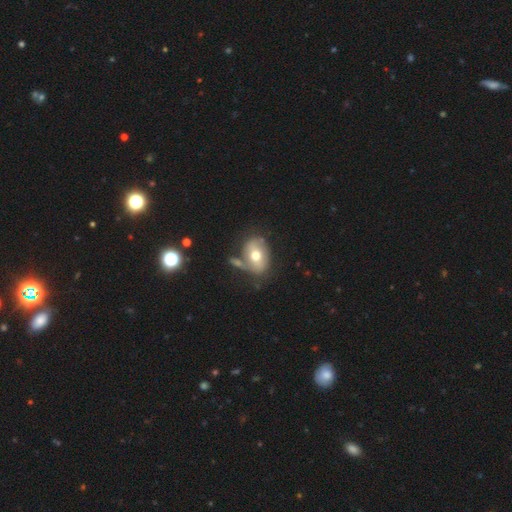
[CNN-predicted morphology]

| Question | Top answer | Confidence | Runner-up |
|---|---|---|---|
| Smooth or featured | smooth | 55% | featured or disk (38%) |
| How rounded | in between | 71% | round (28%) |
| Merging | none | 50% | minor disturbance (20%) |